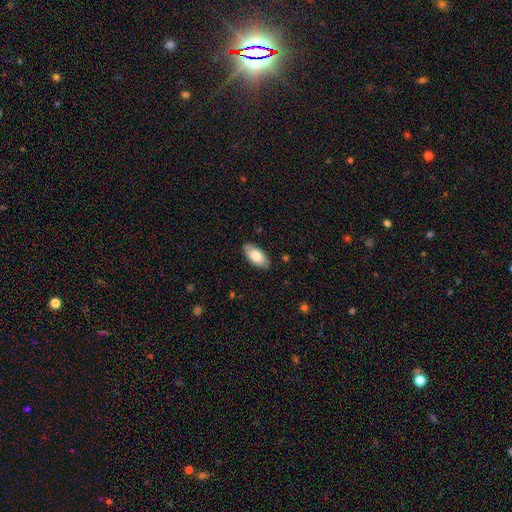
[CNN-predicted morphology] Smooth or featured? smooth (75%)
How rounded? in between (92%)
Merging? none (86%)